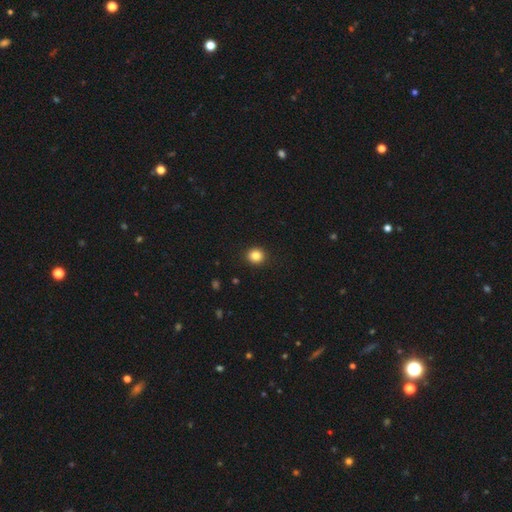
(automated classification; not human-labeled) smooth 85%, star or artifact 11%, featured or disk 5%. Down the decision tree: how rounded — round (85%); merging — none (92%).